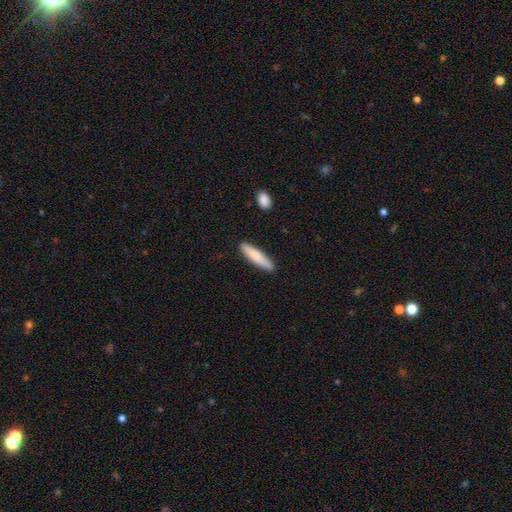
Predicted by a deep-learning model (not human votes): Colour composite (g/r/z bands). It shows a smooth galaxy with no disk features (80%) that is cigar-shaped (83%). Merging: none (87%).